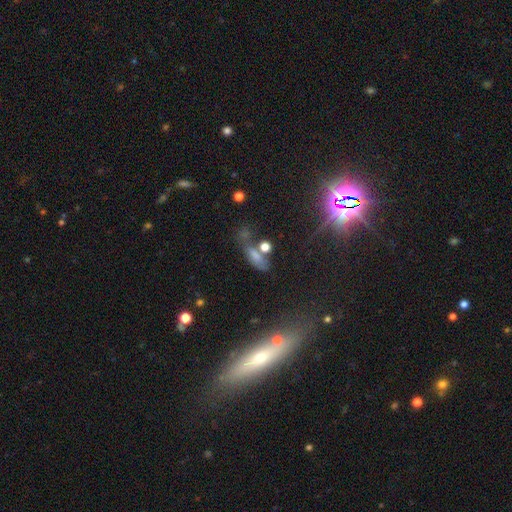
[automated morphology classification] smooth_or_featured: smooth (p=0.64) [alt: star or artifact p=0.20]
how_rounded: in between (p=0.63) [alt: cigar-shaped p=0.23]
merging: none (p=0.42) [alt: merger p=0.21]